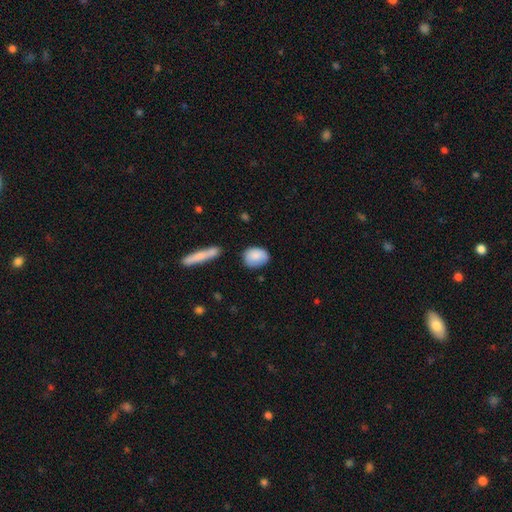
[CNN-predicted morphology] Smooth or featured: smooth — 86% (featured or disk — 7%)
How rounded: in between — 61% (round — 37%)
Merging: none — 70% (minor disturbance — 22%)